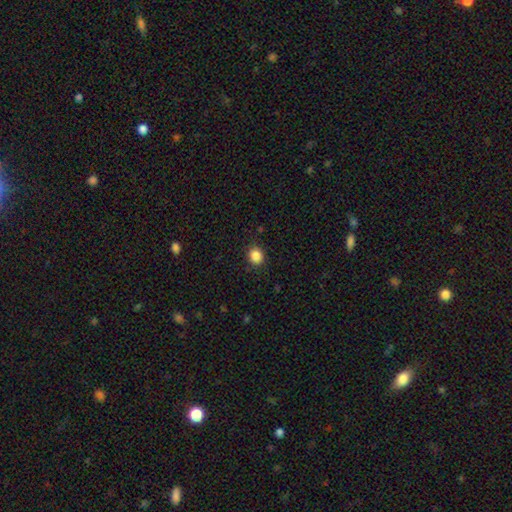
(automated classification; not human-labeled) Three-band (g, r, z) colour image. It shows a smooth galaxy with no disk features (86%) that is round (76%). Merging: none (87%).